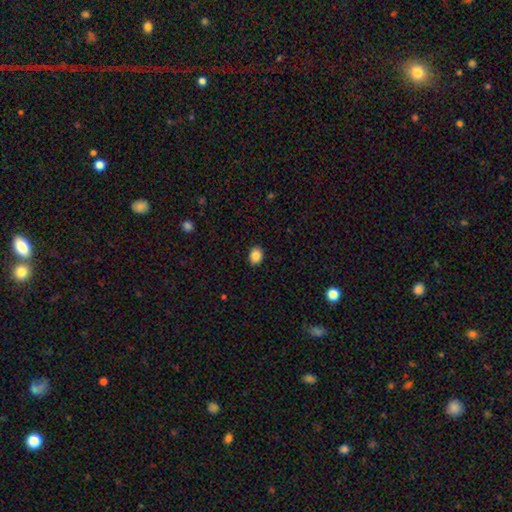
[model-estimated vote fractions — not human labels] Smooth or featured? smooth (87%)
How rounded? in between (64%)
Merging? none (89%)